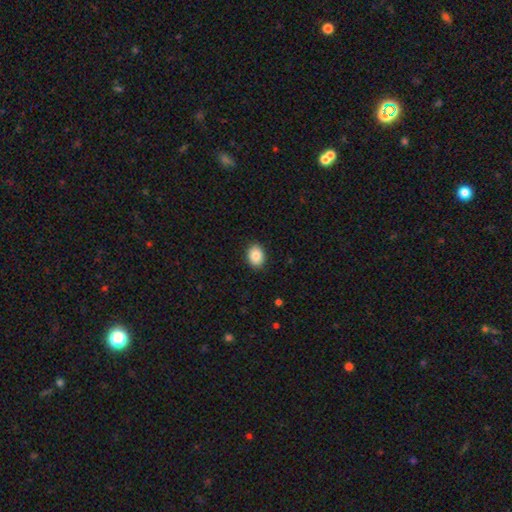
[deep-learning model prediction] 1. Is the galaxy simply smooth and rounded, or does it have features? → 86% smooth, 8% star or artifact, 6% featured or disk.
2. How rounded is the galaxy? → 65% in between, 34% round, 1% cigar-shaped.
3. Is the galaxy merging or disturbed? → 89% none, 8% minor disturbance, 2% major disturbance, 1% merger.